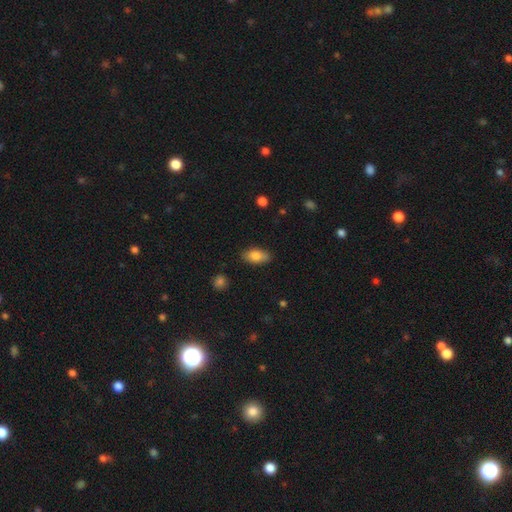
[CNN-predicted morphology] This is clearly a smooth galaxy (81%). How rounded: clearly in between (90%). Merging: clearly none (85%).